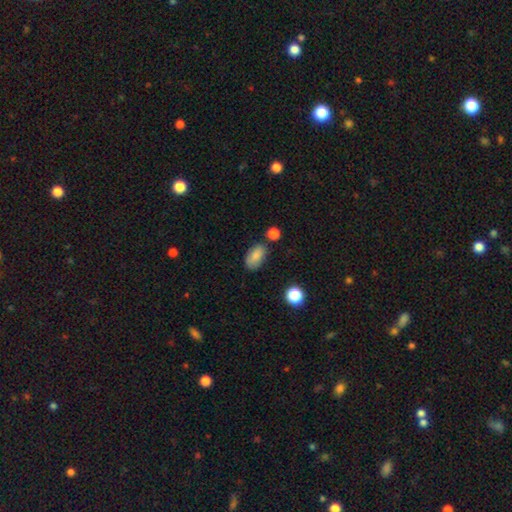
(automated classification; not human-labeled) This appears to be a smooth galaxy with no disk features (83%) that is in between round and cigar-shaped (91%). Merging: none (73%).